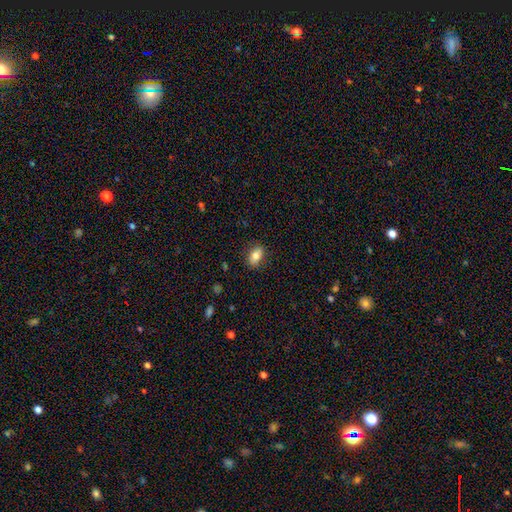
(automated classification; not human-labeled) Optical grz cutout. It shows a smooth galaxy with no disk features (81%) that is in between round and cigar-shaped (85%). Merging: none (86%).